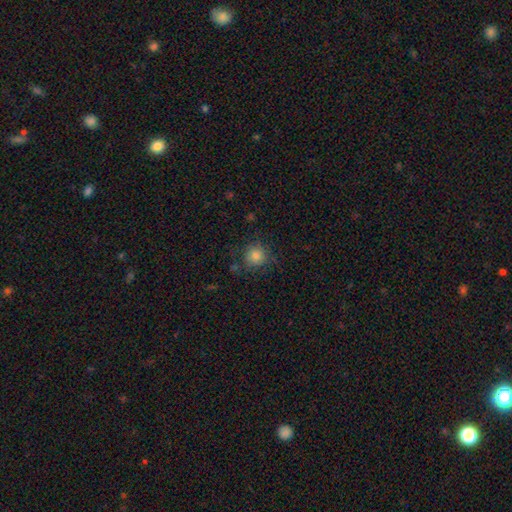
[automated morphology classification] This appears to be a smooth galaxy with no disk features (81%) that is round (91%). Merging: none (79%).